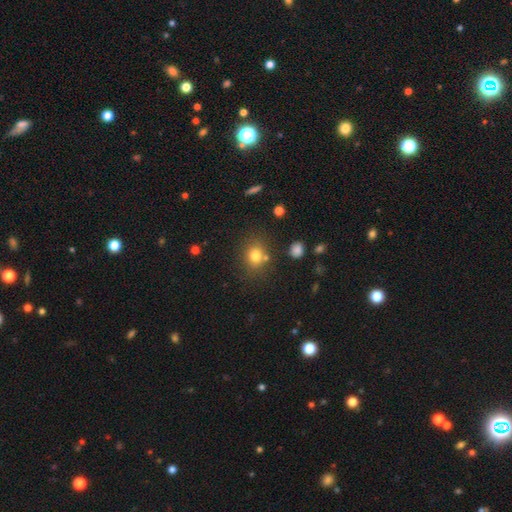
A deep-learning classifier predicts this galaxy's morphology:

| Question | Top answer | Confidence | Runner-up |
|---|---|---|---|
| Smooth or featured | smooth | 78% | star or artifact (14%) |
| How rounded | round | 65% | in between (34%) |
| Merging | none | 73% | minor disturbance (12%) |